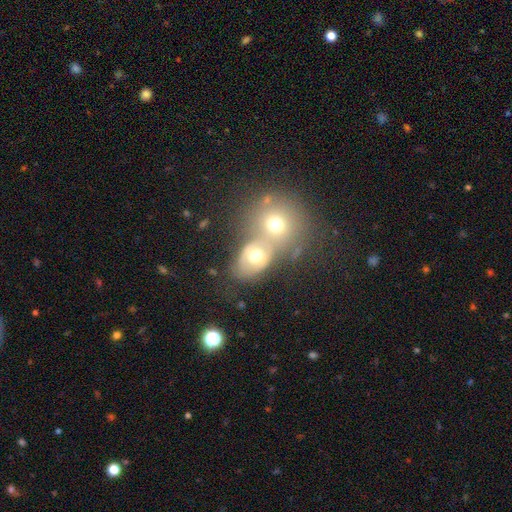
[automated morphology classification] Smooth or featured: smooth — 52% (featured or disk — 37%)
How rounded: in between — 59% (round — 39%)
Merging: merger — 48% (none — 35%)